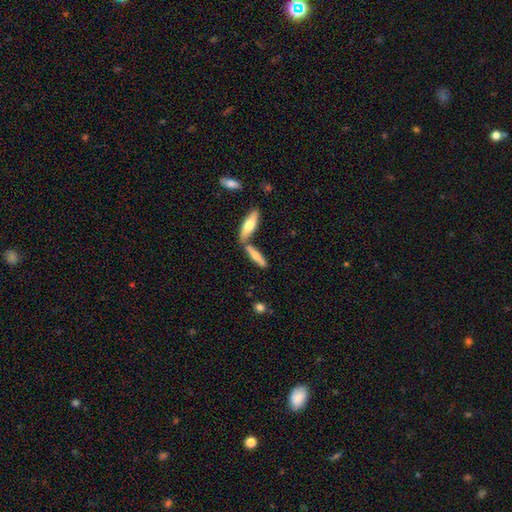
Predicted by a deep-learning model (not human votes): A smooth galaxy with no disk features (61%) that is cigar-shaped (71%).

Vote fractions:
- Smooth or featured? smooth: 61% / featured or disk: 33% / star or artifact: 6%
- How rounded? cigar-shaped: 71% / in between: 27% / round: 2%
- Merging? none: 51% / merger: 36% / minor disturbance: 10% / major disturbance: 3%